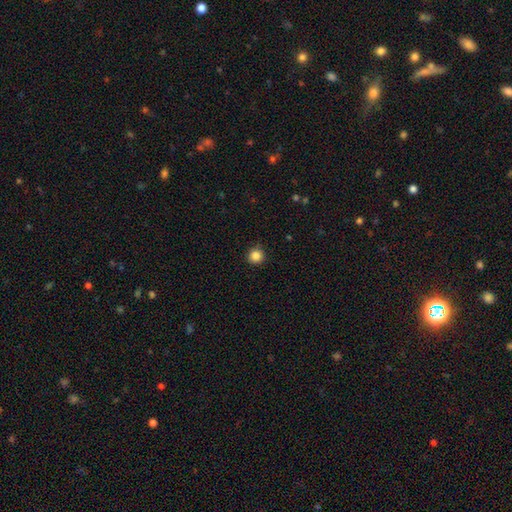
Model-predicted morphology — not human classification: smooth 86%, star or artifact 11%, featured or disk 3%. Down the decision tree: how rounded — round (94%); merging — none (90%).